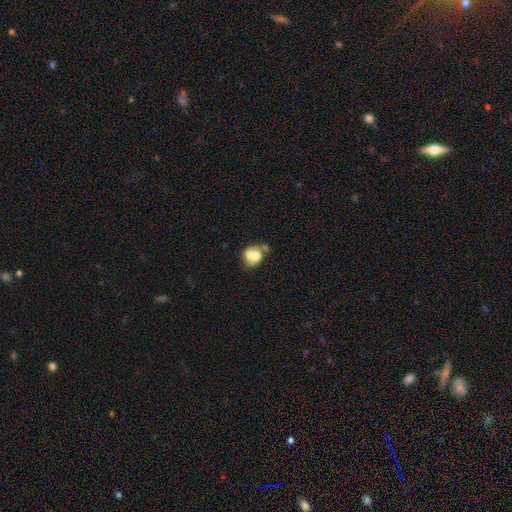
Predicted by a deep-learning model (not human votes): Morphology: type=smooth (59%); roundness=round (51%); merging=merger (55%).